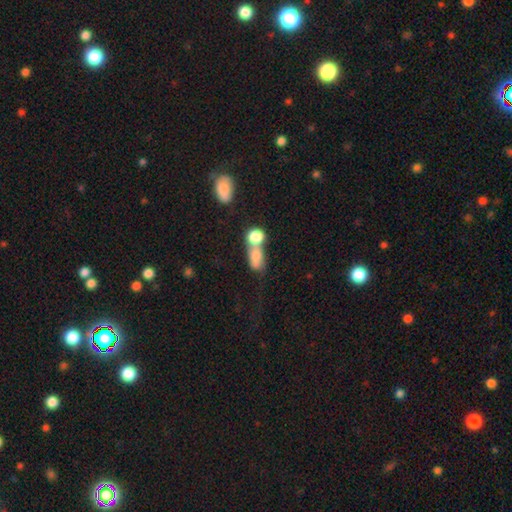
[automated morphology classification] This is likely a smooth galaxy (76%). How rounded: likely in between (65%). Merging: likely merger (67%).